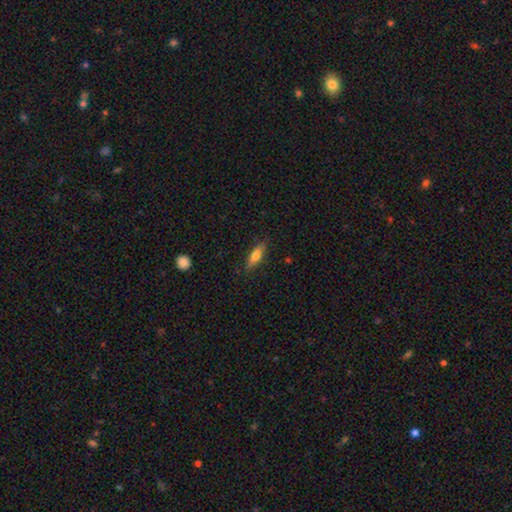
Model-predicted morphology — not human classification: The model was most divided on "how rounded": cigar-shaped: 51%, in between: 47%, round: 3%. More confident: merging — none (84%); smooth or featured — smooth (68%).